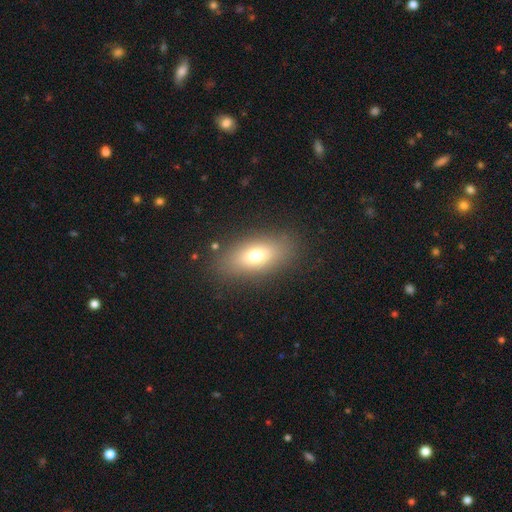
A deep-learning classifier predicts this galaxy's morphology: Smooth or featured?
  - smooth: 72% *
  - featured or disk: 18%
  - star or artifact: 10%
How rounded?
  - in between: 83% *
  - cigar-shaped: 11%
  - round: 6%
Merging?
  - none: 85% *
  - minor disturbance: 10%
  - major disturbance: 4%
  - merger: 1%